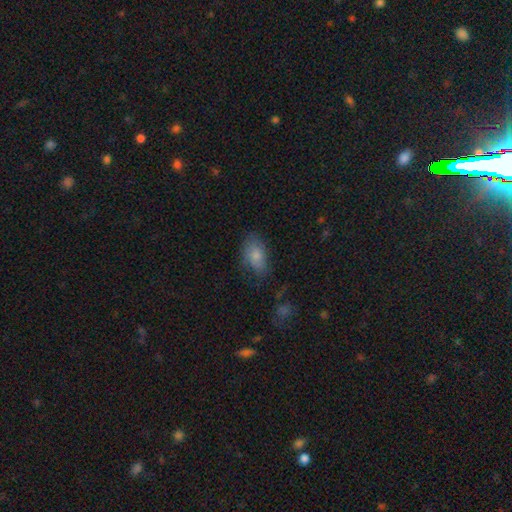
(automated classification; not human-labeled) Smooth or featured? smooth (80%)
How rounded? in between (91%)
Merging? none (68%)